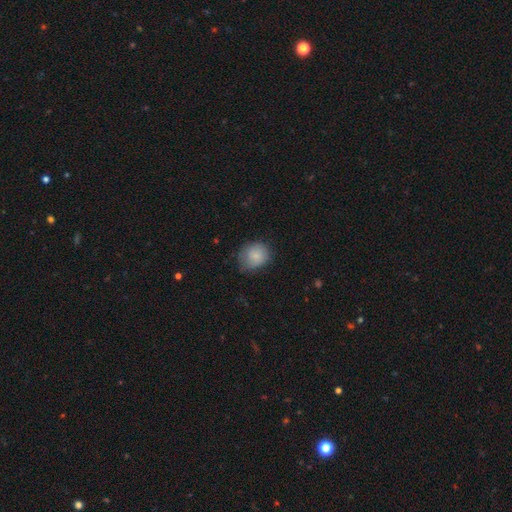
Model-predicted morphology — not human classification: Overall: smooth (84%). How rounded: round (70%). Merging: none (64%; minor disturbance 27%).